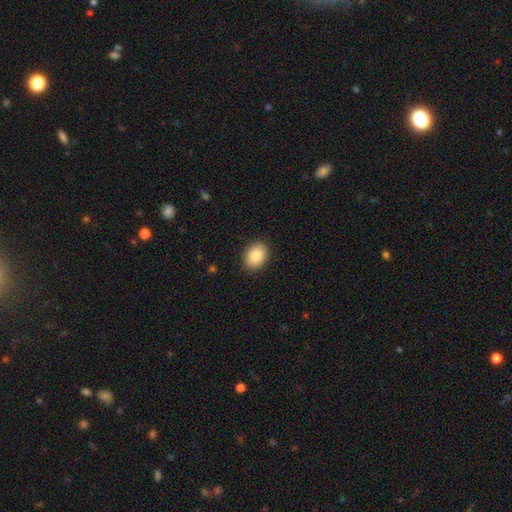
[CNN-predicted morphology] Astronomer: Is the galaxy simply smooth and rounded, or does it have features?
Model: smooth — 87%.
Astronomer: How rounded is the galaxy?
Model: in between — 72%.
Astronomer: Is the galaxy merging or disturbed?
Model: none — 89%.